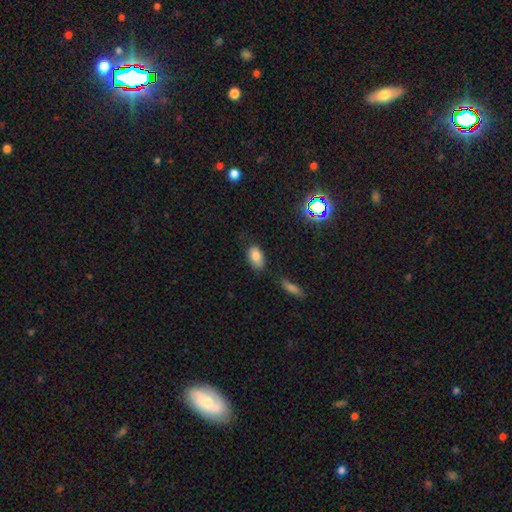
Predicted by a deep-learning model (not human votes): smooth-or-featured: smooth: 81% | star or artifact: 11% | featured or disk: 8%
  how-rounded: in between: 89% | round: 9% | cigar-shaped: 2%
  merging: none: 71% | minor disturbance: 20% | major disturbance: 5% | merger: 4%